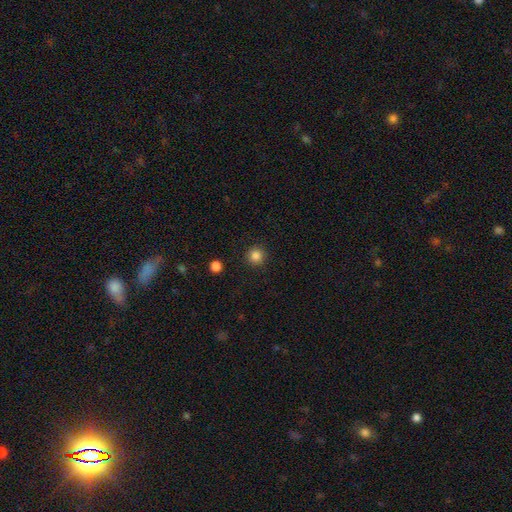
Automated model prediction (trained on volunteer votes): Smooth or featured: smooth — 84% (star or artifact — 12%)
How rounded: round — 95% (in between — 4%)
Merging: none — 91% (minor disturbance — 5%)